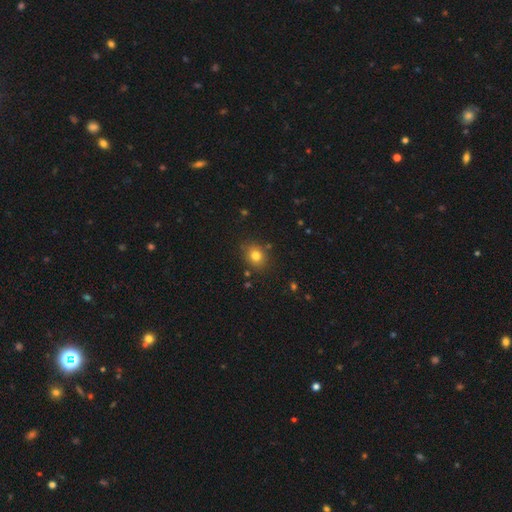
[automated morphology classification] Q: Smooth or featured?
A: smooth (79%); runner-up: star or artifact (12%)
Q: How rounded?
A: round (62%); runner-up: in between (38%)
Q: Merging?
A: none (83%); runner-up: minor disturbance (11%)